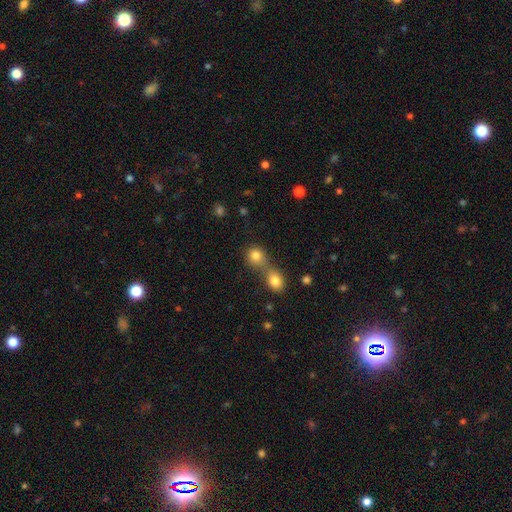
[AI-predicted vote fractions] Morphology: type=smooth (81%); roundness=round (82%); merging=merger (53%).